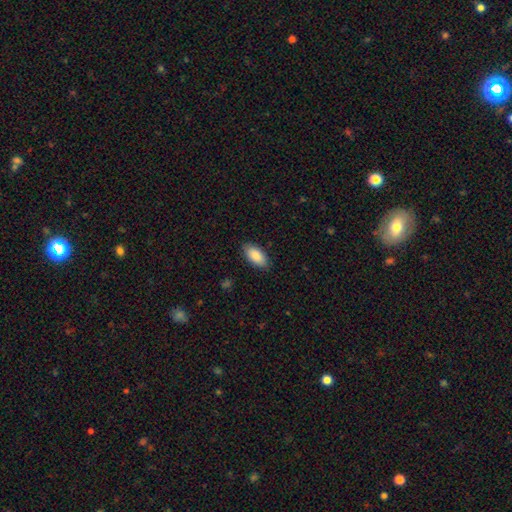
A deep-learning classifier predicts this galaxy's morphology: Smooth or featured: smooth — 89% (star or artifact — 6%)
How rounded: in between — 93% (cigar-shaped — 5%)
Merging: none — 87% (minor disturbance — 10%)